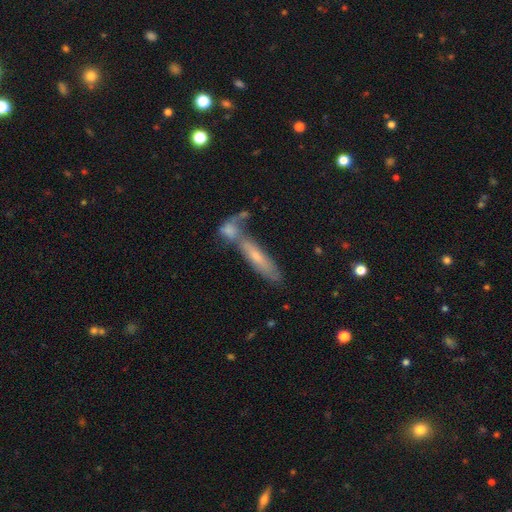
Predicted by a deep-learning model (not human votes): featured or disk 43%, smooth 42%, star or artifact 15%. Down the decision tree: merging — none (48%).